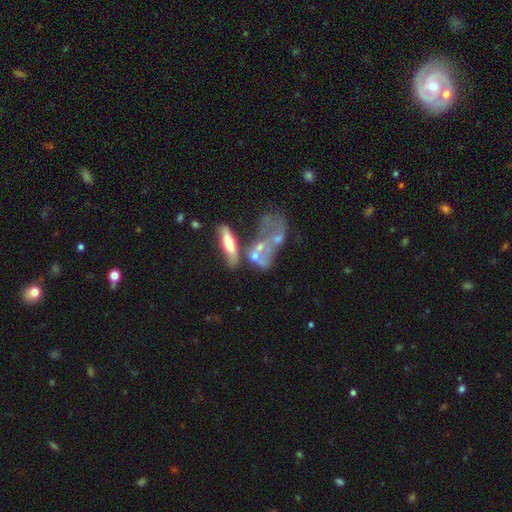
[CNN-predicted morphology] featured or disk 58%, smooth 27%, star or artifact 15%. Down the decision tree: edge-on disk — no (78%); merging — merger (57%).